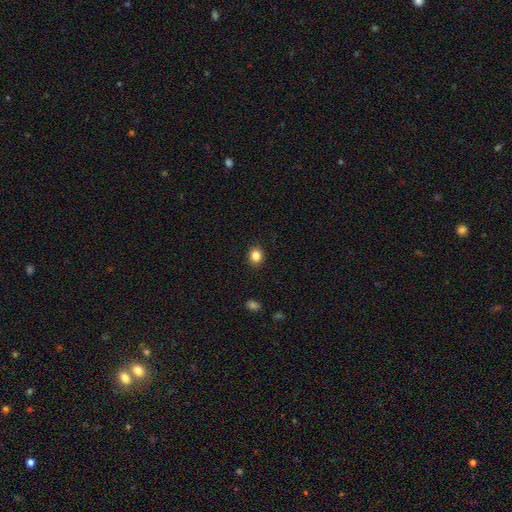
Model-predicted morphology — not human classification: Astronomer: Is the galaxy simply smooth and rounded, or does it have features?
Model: smooth — 85%.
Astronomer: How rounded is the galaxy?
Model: round — 73%.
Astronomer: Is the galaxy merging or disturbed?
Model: none — 91%.